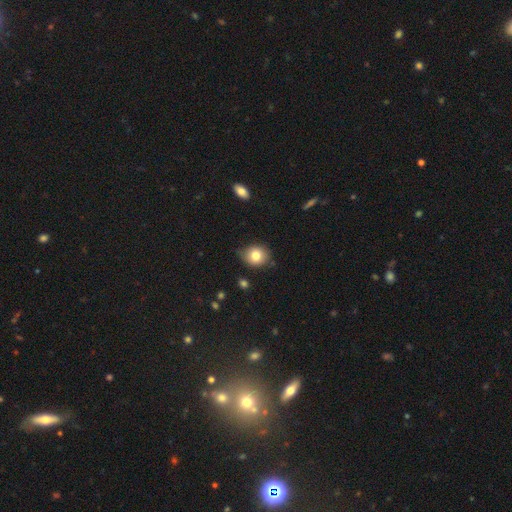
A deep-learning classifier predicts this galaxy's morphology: Smooth or featured? Predicted: smooth (p=0.80). How rounded? Predicted: round (p=0.66). Merging? Predicted: none (p=0.74).